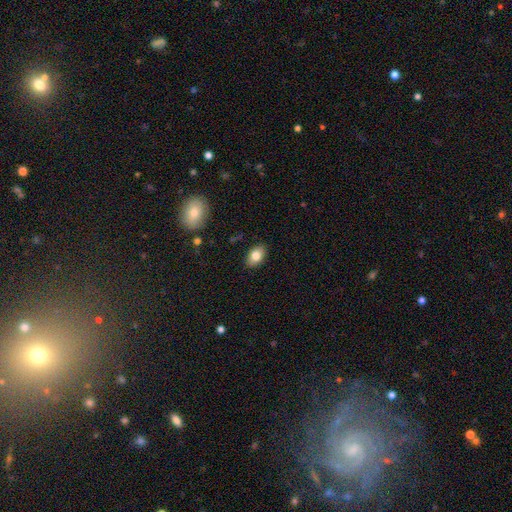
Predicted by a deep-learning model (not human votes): Q: Smooth or featured?
A: smooth (82%); runner-up: featured or disk (10%)
Q: How rounded?
A: in between (88%); runner-up: round (10%)
Q: Merging?
A: none (87%); runner-up: minor disturbance (9%)